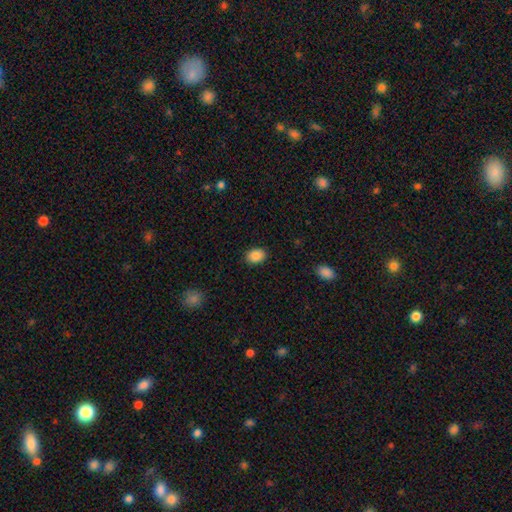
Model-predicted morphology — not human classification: Smooth or featured?
  - smooth: 88% *
  - star or artifact: 8%
  - featured or disk: 4%
How rounded?
  - in between: 68% *
  - round: 31%
  - cigar-shaped: 1%
Merging?
  - none: 89% *
  - minor disturbance: 8%
  - major disturbance: 2%
  - merger: 1%